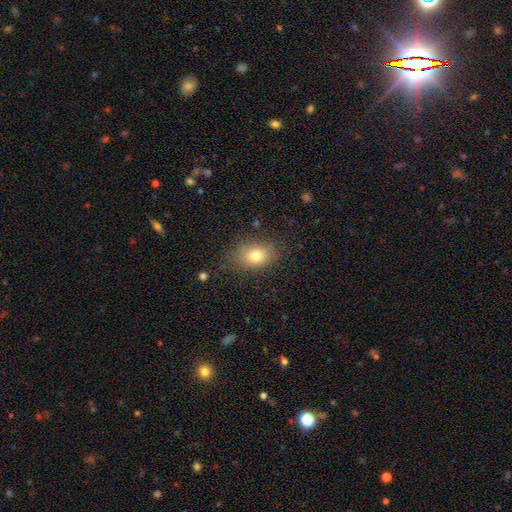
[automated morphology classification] A smooth galaxy with no disk features (78%) that is in between round and cigar-shaped (74%).

Vote fractions:
- Smooth or featured? smooth: 78% / featured or disk: 11% / star or artifact: 10%
- How rounded? in between: 74% / round: 24% / cigar-shaped: 2%
- Merging? none: 77% / minor disturbance: 16% / major disturbance: 5% / merger: 2%